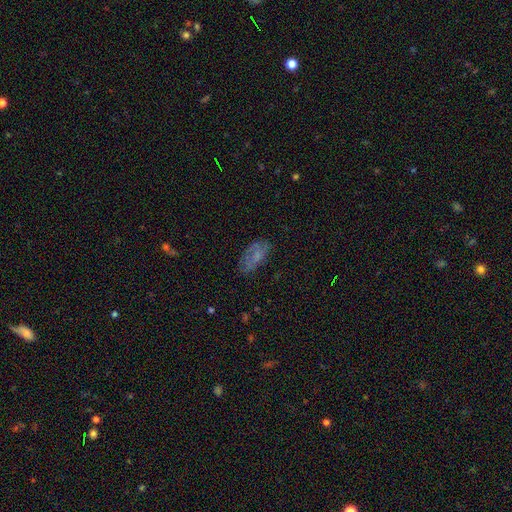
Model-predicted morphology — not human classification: Smooth or featured? Predicted: smooth (p=0.49). Merging? Predicted: none (p=0.67).